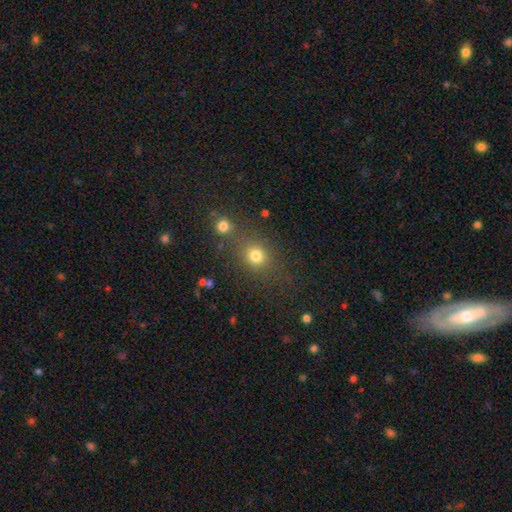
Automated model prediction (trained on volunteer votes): smooth 76%, star or artifact 17%, featured or disk 7%. Down the decision tree: how rounded — round (75%); merging — none (65%).